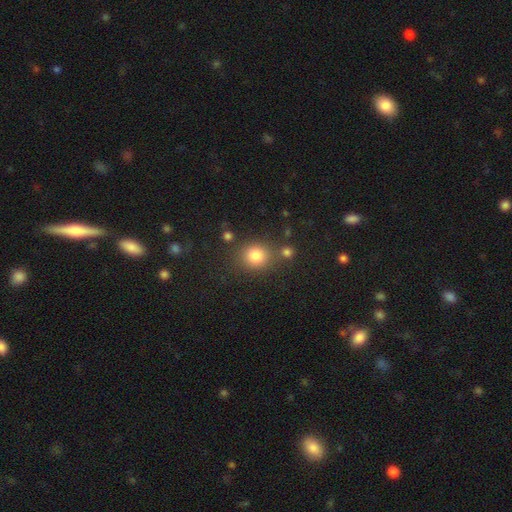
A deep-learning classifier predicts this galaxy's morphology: smooth 81%, star or artifact 12%, featured or disk 6%. Down the decision tree: how rounded — round (83%); merging — none (74%).